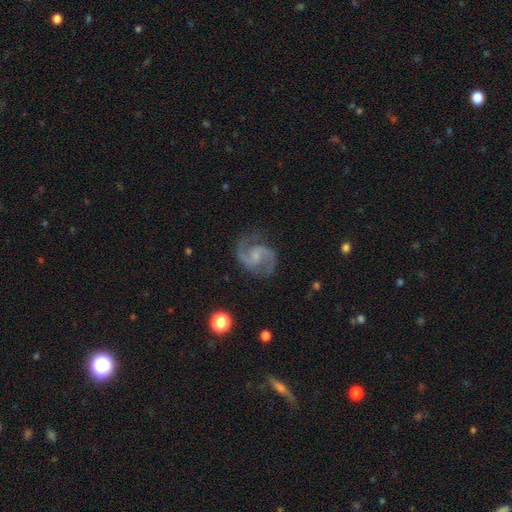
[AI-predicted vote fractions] Overall: featured or disk (90%). Edge-on disk: no (98%). Bar: weak (47%; no 43%). Spiral arms: yes (98%). Spiral arm count: 2 (93%). Spiral winding: medium (63%). Bulge size: small (51%; none 25%). Merging: none (80%).